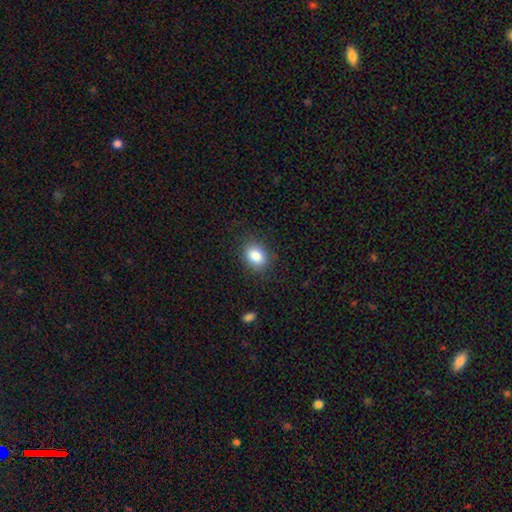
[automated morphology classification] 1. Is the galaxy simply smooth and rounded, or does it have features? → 86% smooth, 9% star or artifact, 6% featured or disk.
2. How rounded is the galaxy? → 63% in between, 36% round, 1% cigar-shaped.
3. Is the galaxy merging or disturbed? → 85% none, 11% minor disturbance, 3% major disturbance, 1% merger.